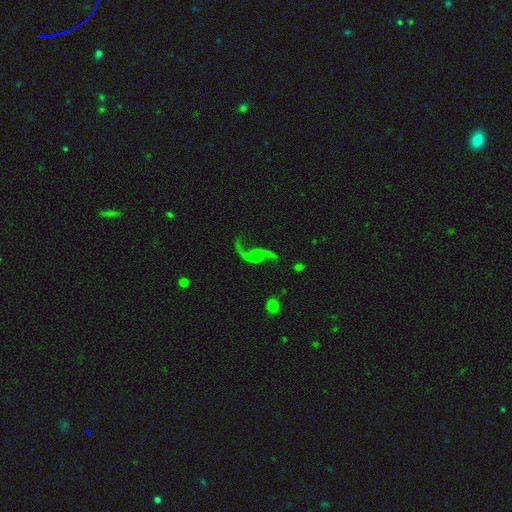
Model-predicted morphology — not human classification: This appears to be a featured or disk galaxy (88%) with no bar (57%), 2 (93%) loose (91%) spiral arms (96%) and no central bulge (57%). Merging: none (70%).